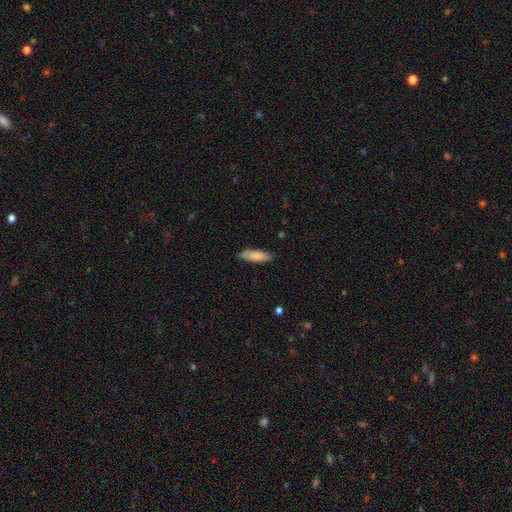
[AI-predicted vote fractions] This is clearly a smooth galaxy (83%). How rounded: possibly in between (53%). Merging: clearly none (80%).